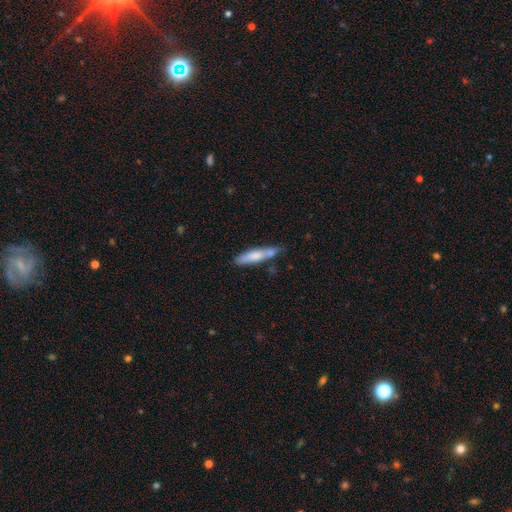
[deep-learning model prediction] This appears to be a smooth galaxy with no disk features (69%) that is cigar-shaped (83%). Merging: none (58%).